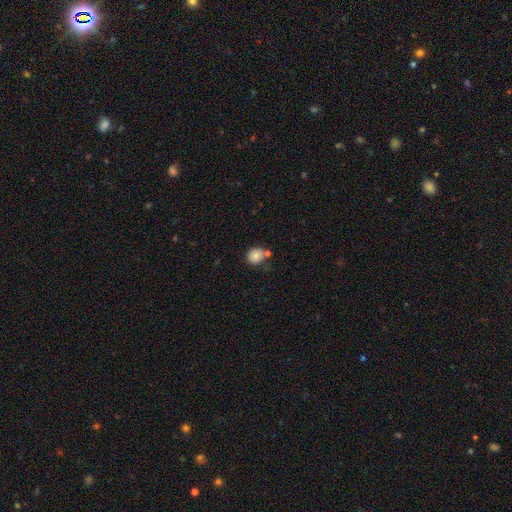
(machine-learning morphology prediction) A smooth galaxy with no disk features (83%) that is round (77%).

Vote fractions:
- Smooth or featured? smooth: 83% / star or artifact: 9% / featured or disk: 8%
- How rounded? round: 77% / in between: 22% / cigar-shaped: 1%
- Merging? none: 63% / merger: 17% / minor disturbance: 16% / major disturbance: 4%